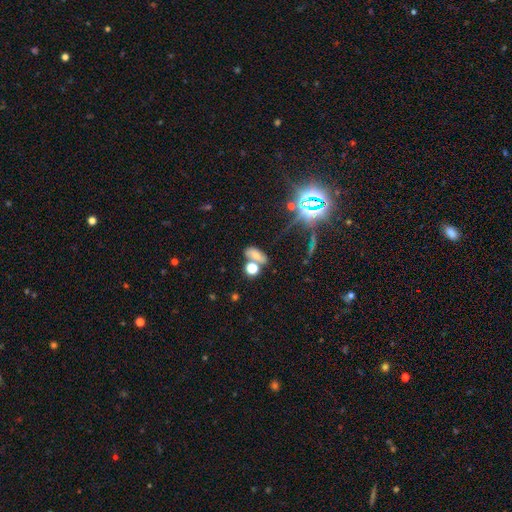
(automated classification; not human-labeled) Smooth or featured?
  - smooth: 61% *
  - star or artifact: 24%
  - featured or disk: 15%
How rounded?
  - in between: 73% *
  - round: 16%
  - cigar-shaped: 10%
Merging?
  - none: 49% *
  - merger: 30%
  - minor disturbance: 14%
  - major disturbance: 7%